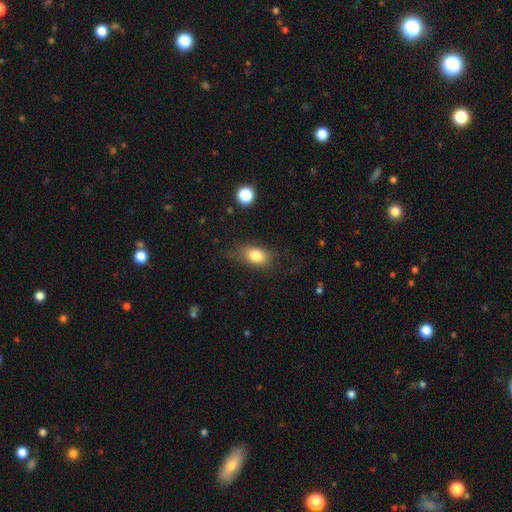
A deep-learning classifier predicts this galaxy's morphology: Q: Smooth or featured?
A: smooth (81%); runner-up: featured or disk (10%)
Q: How rounded?
A: in between (76%); runner-up: round (22%)
Q: Merging?
A: none (66%); runner-up: minor disturbance (22%)